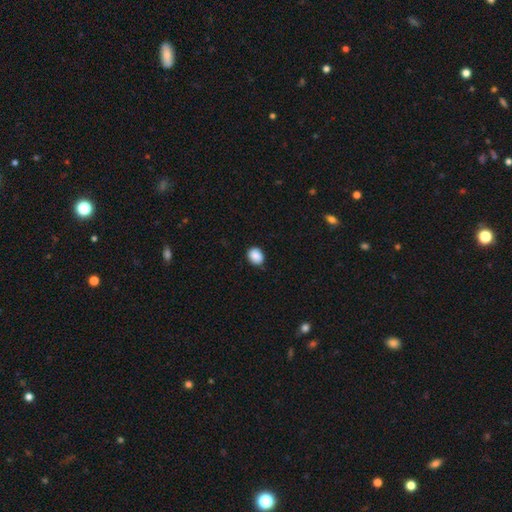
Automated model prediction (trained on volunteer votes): Smooth or featured: smooth — 88% (star or artifact — 8%)
How rounded: round — 54% (in between — 45%)
Merging: none — 82% (minor disturbance — 14%)